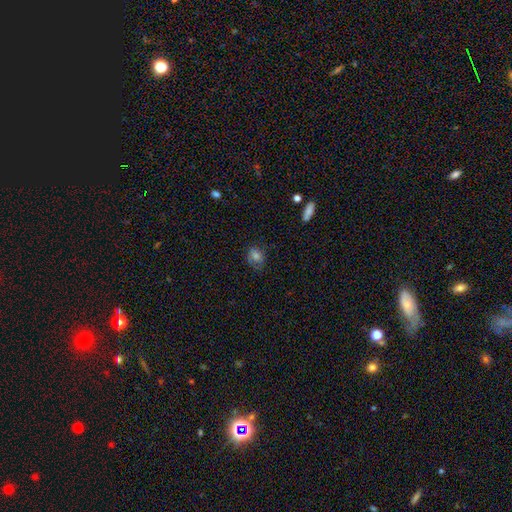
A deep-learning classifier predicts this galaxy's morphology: Overall: smooth (72%). How rounded: round (52%; in between 46%). Merging: none (67%).